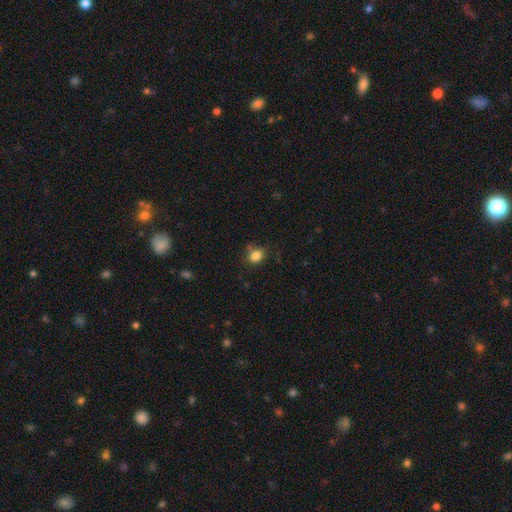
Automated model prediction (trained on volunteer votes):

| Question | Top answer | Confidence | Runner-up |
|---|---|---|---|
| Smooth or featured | smooth | 83% | star or artifact (11%) |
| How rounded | in between | 52% | round (47%) |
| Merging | none | 70% | minor disturbance (19%) |